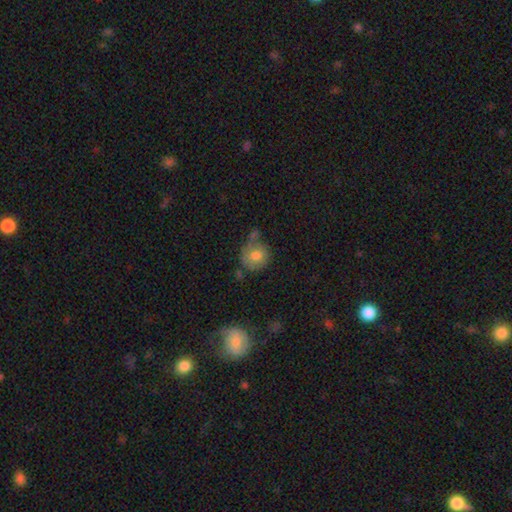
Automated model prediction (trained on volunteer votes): smooth-or-featured: smooth: 74% | featured or disk: 18% | star or artifact: 8%
  how-rounded: round: 85% | in between: 14% | cigar-shaped: 1%
  merging: none: 51% | minor disturbance: 23% | merger: 15% | major disturbance: 11%